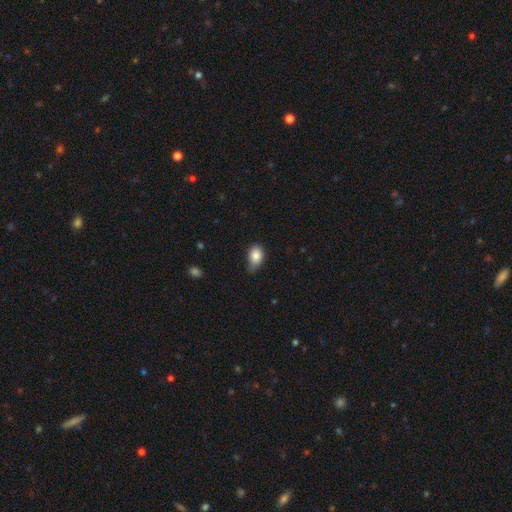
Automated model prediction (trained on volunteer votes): The model was most divided on "merging": none: 45%, minor disturbance: 44%, major disturbance: 9%, merger: 2%. More confident: smooth or featured — smooth (84%); how rounded — in between (76%).